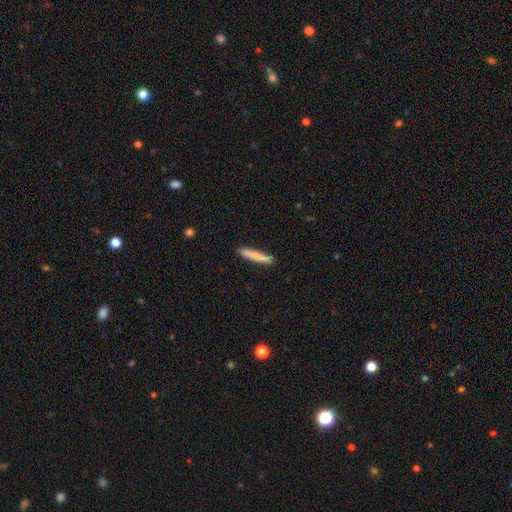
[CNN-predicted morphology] The model was most divided on "smooth or featured": smooth: 81%, featured or disk: 13%, star or artifact: 6%. More confident: how rounded — cigar-shaped (94%); merging — none (90%).